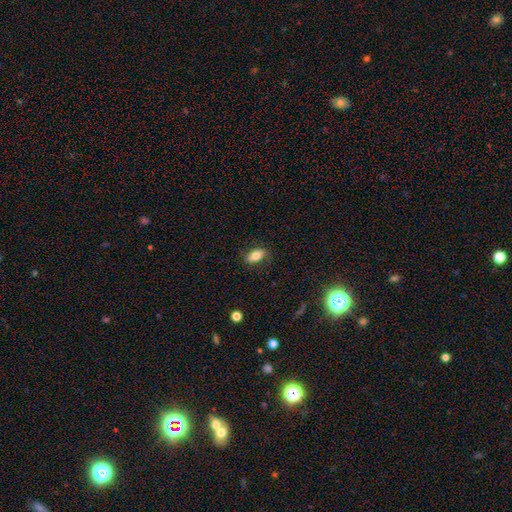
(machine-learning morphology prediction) The model was most divided on "smooth or featured": smooth: 73%, featured or disk: 19%, star or artifact: 8%. More confident: how rounded — in between (86%); merging — none (78%).